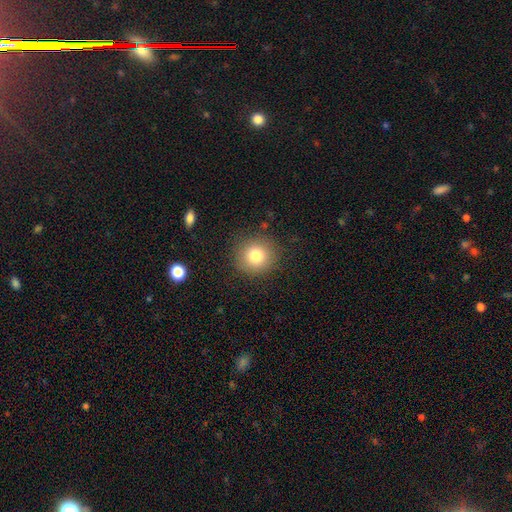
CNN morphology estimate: smooth-or-featured: smooth: 79% | star or artifact: 11% | featured or disk: 9%
  how-rounded: round: 91% | in between: 8% | cigar-shaped: 1%
  merging: none: 87% | minor disturbance: 8% | major disturbance: 3% | merger: 1%